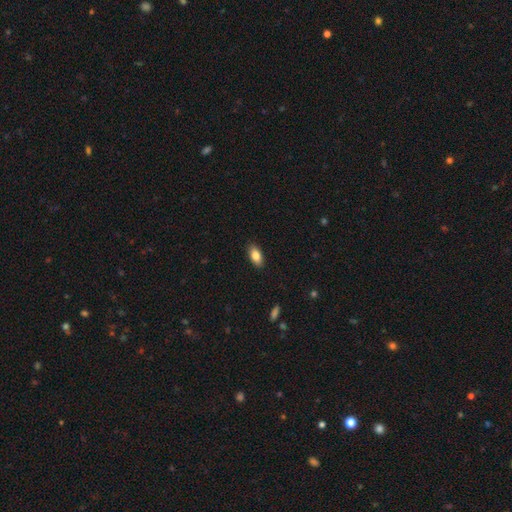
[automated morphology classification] Smooth or featured? smooth (83%)
How rounded? in between (90%)
Merging? none (89%)